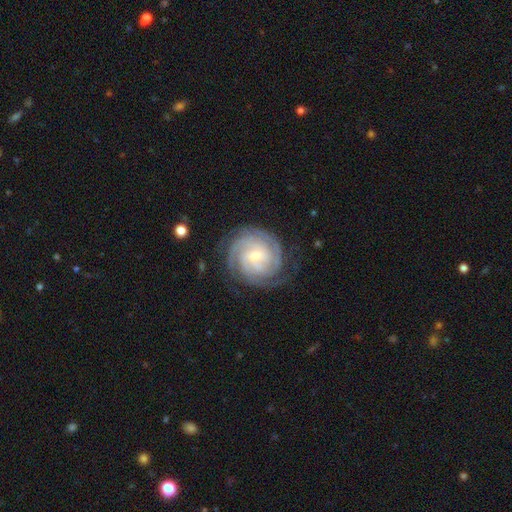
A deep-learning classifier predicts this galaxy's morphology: Smooth or featured? featured or disk (89%)
Edge-on disk? no (98%)
Bar? no (50%)
Spiral arms? yes (98%)
Spiral winding? tight (80%)
Spiral arm count? 3 (29%)
Bulge size? small (62%)
Merging? none (79%)